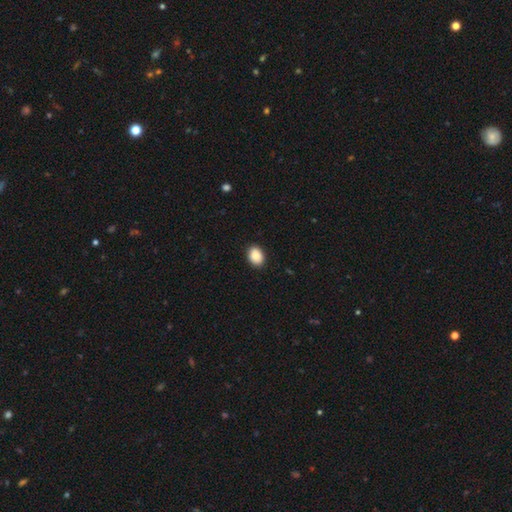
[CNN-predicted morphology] Smooth or featured? smooth (89%)
How rounded? in between (70%)
Merging? none (90%)